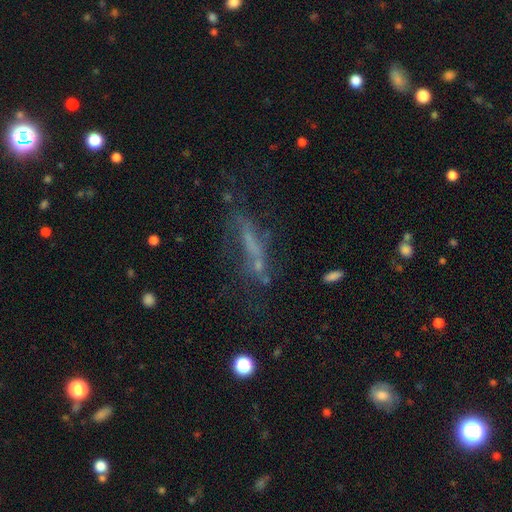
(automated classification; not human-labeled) This appears to be a featured or disk galaxy (46%). Merging: none (45%).